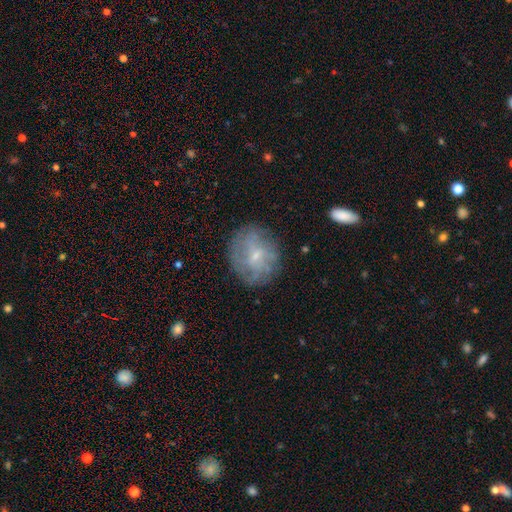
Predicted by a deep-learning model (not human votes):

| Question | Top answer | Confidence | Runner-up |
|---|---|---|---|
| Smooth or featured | featured or disk | 49% | smooth (41%) |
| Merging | none | 74% | minor disturbance (17%) |